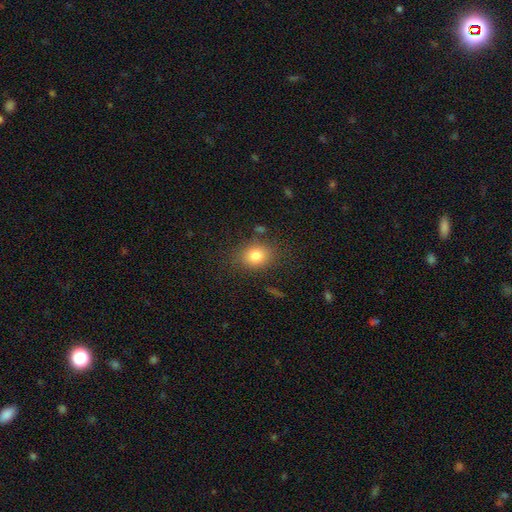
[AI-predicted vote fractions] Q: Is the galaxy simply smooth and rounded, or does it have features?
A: smooth — 81%.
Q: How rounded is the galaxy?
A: round — 50%.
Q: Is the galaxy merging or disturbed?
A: none — 79%.